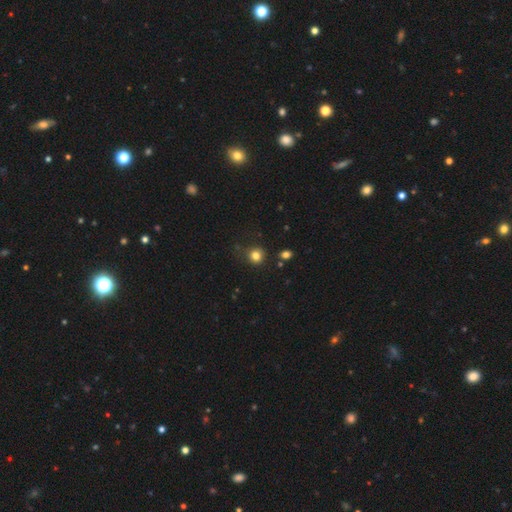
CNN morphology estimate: A smooth galaxy with no disk features (81%) that is round (88%).

Vote fractions:
- Smooth or featured? smooth: 81% / star or artifact: 13% / featured or disk: 6%
- How rounded? round: 88% / in between: 11% / cigar-shaped: 1%
- Merging? none: 79% / minor disturbance: 14% / major disturbance: 4% / merger: 3%